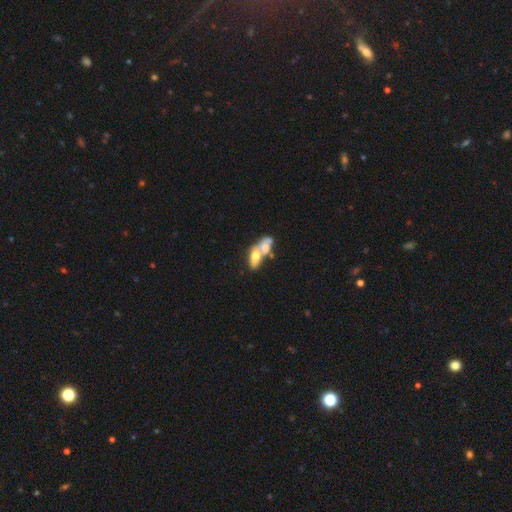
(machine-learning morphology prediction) smooth-or-featured: smooth: 51% | featured or disk: 40% | star or artifact: 9%
  how-rounded: in between: 77% | cigar-shaped: 13% | round: 10%
  merging: merger: 68% | none: 16% | major disturbance: 8% | minor disturbance: 8%